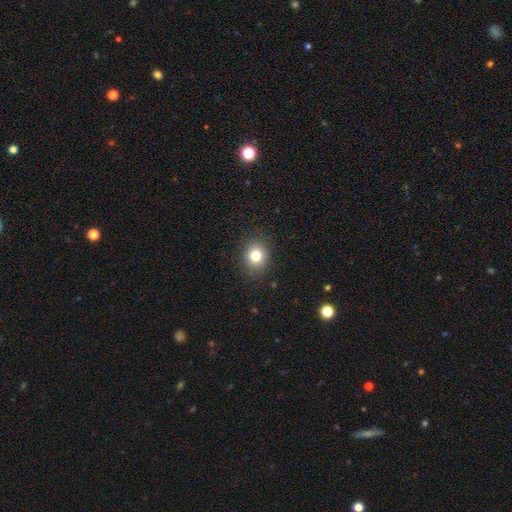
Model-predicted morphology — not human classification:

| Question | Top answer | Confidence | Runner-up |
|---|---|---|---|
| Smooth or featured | smooth | 80% | star or artifact (12%) |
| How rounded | round | 68% | in between (31%) |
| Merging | none | 87% | minor disturbance (9%) |